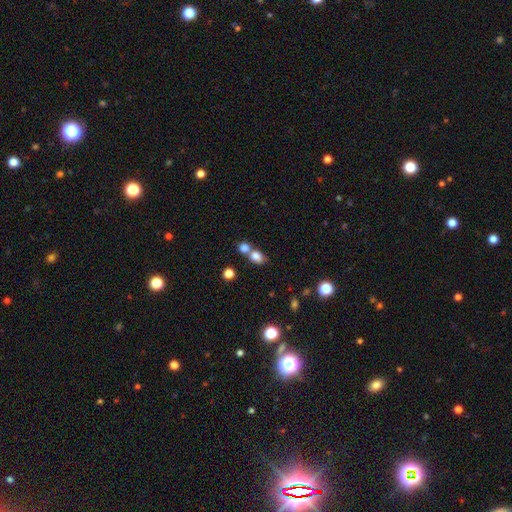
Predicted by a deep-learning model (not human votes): A smooth galaxy with no disk features (79%) that is in between round and cigar-shaped (53%).

Vote fractions:
- Smooth or featured? smooth: 79% / star or artifact: 11% / featured or disk: 10%
- How rounded? in between: 53% / round: 45% / cigar-shaped: 2%
- Merging? merger: 50% / none: 37% / minor disturbance: 9% / major disturbance: 4%